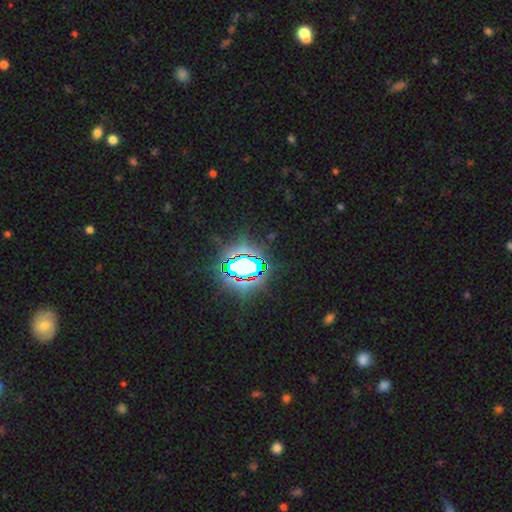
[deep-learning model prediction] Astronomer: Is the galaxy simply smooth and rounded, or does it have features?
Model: star or artifact — 81%.